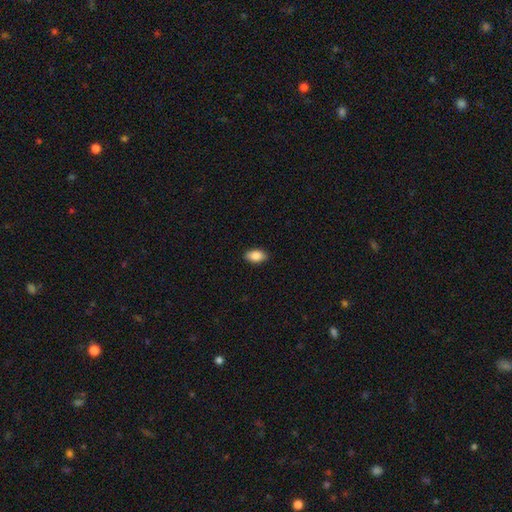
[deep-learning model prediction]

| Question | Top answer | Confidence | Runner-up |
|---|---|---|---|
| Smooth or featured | smooth | 86% | featured or disk (7%) |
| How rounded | in between | 93% | round (5%) |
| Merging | none | 90% | minor disturbance (8%) |